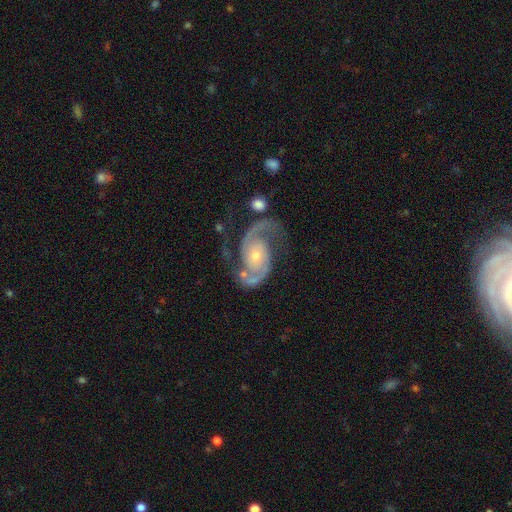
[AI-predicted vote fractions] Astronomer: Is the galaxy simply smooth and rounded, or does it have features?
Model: featured or disk — 93%.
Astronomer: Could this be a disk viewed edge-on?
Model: no — 98%.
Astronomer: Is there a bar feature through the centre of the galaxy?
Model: no — 67%.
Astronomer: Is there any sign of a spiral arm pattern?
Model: yes — 98%.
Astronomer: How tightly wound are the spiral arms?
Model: medium — 58%.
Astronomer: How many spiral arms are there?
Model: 2 — 94%.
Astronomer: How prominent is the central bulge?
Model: small — 57% (runner-up: moderate, 38%).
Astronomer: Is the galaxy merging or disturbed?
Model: none — 69%.